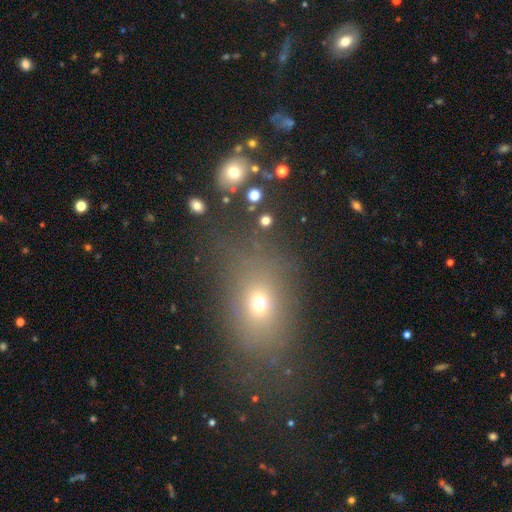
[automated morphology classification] smooth 58%, star or artifact 29%, featured or disk 13%. Down the decision tree: how rounded — in between (65%); merging — none (76%).